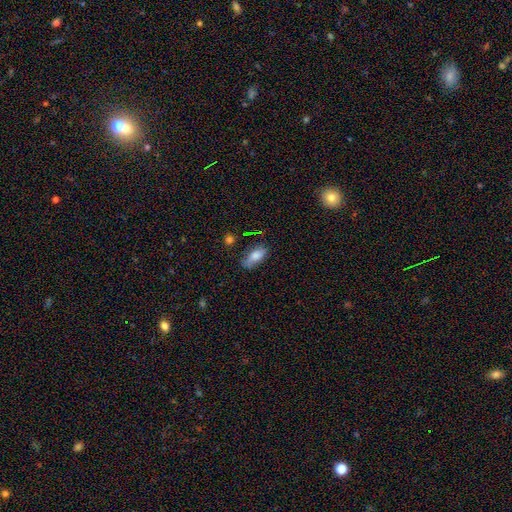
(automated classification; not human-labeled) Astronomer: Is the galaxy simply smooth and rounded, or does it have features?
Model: smooth — 78%.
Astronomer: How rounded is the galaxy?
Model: in between — 82%.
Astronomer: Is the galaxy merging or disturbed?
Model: none — 63%.